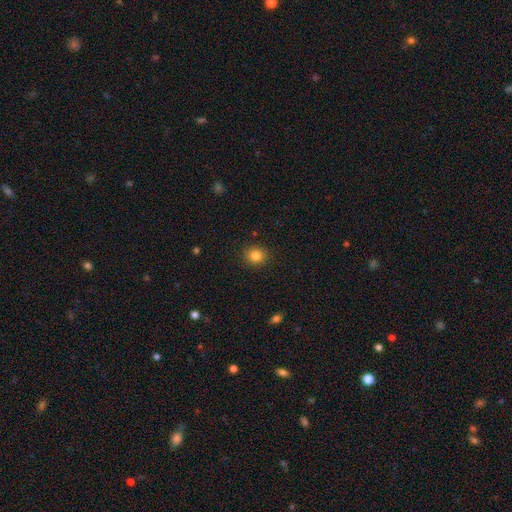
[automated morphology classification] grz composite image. It shows a smooth galaxy with no disk features (84%) that is round (81%). Merging: none (90%).